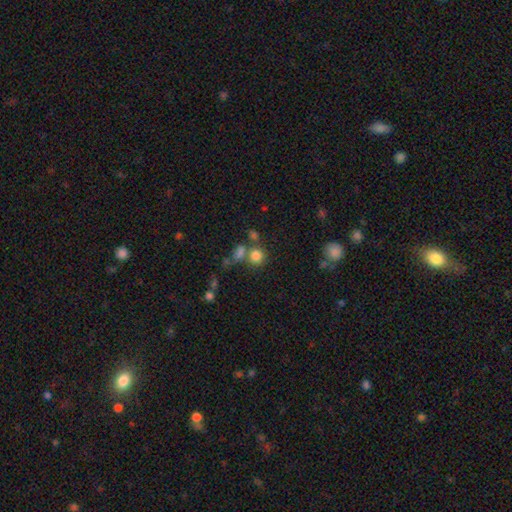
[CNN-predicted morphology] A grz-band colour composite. It shows a smooth galaxy with no disk features (78%) that is round (83%). Merging: none (56%).